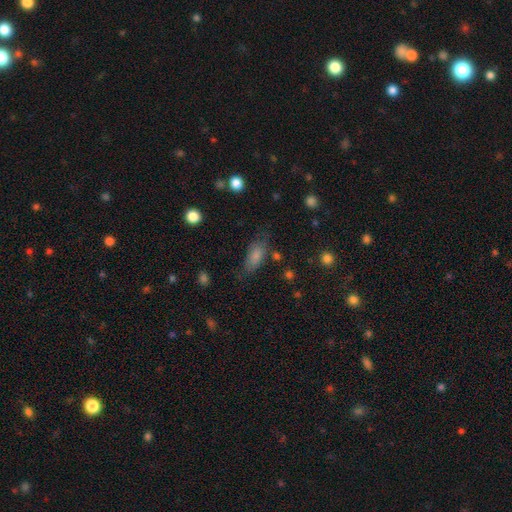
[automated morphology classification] A smooth galaxy with no disk features (78%) that is in between round and cigar-shaped (84%). Merging: none (61%).